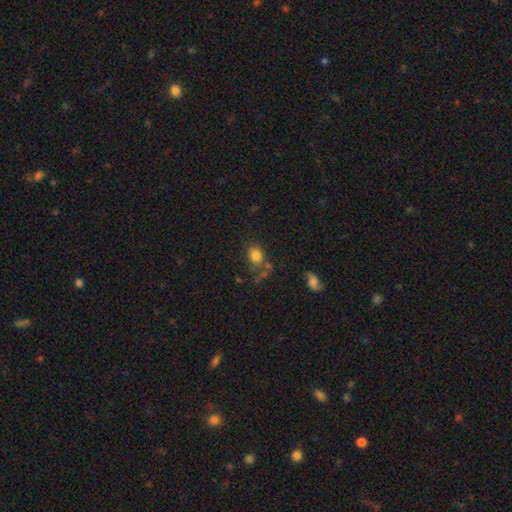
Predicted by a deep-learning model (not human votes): A smooth galaxy with no disk features (79%) that is in between round and cigar-shaped (52%). Merging: none (59%).